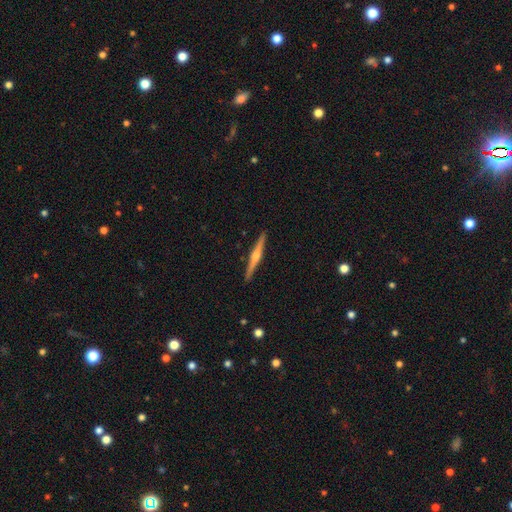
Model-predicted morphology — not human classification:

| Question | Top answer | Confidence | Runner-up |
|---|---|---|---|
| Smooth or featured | featured or disk | 76% | smooth (19%) |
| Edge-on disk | yes | 98% | no (2%) |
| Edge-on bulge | rounded | 86% | boxy (7%) |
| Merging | none | 92% | minor disturbance (6%) |